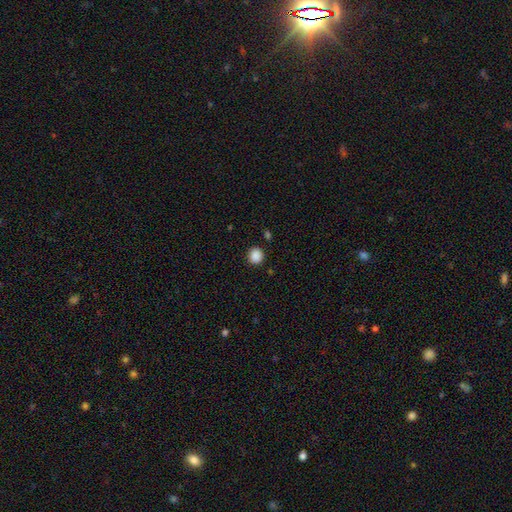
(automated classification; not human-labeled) Morphology: type=smooth (88%); roundness=round (88%); merging=none (89%).